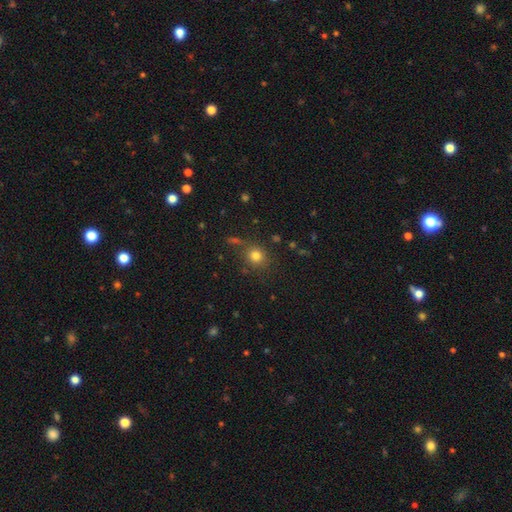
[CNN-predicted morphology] smooth 77%, star or artifact 15%, featured or disk 7%. Down the decision tree: how rounded — round (83%); merging — none (80%).